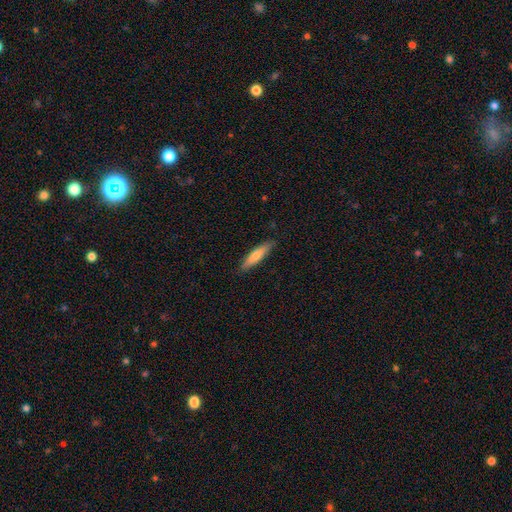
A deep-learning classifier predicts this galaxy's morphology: Smooth or featured: smooth — 70% (featured or disk — 24%)
How rounded: cigar-shaped — 82% (in between — 17%)
Merging: none — 88% (minor disturbance — 9%)